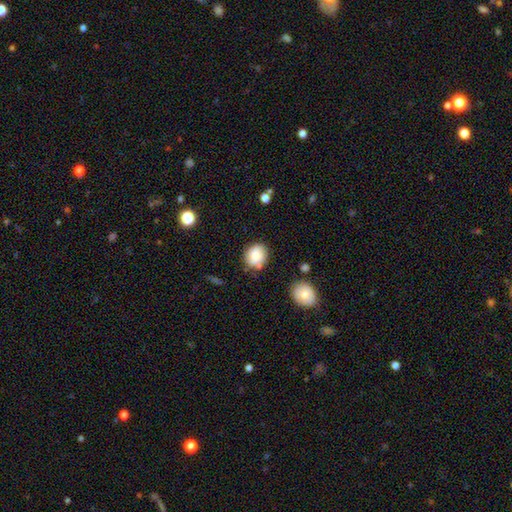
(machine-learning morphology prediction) type=smooth (79%); roundness=round (73%); merging=none (73%).